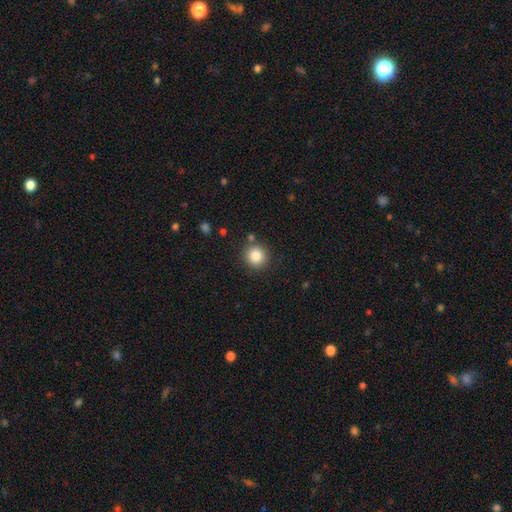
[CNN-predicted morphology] Smooth or featured: smooth — 85% (star or artifact — 10%)
How rounded: round — 93% (in between — 6%)
Merging: none — 86% (minor disturbance — 8%)